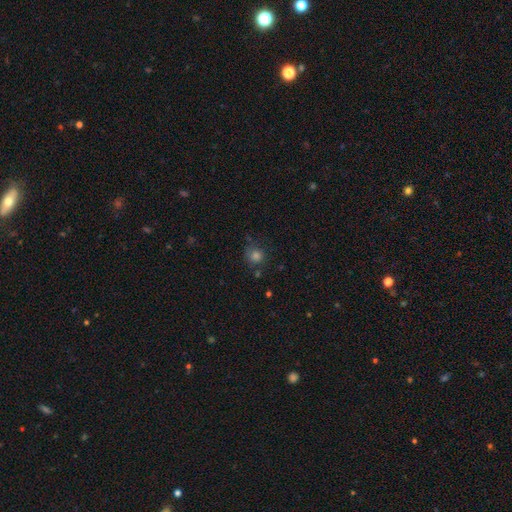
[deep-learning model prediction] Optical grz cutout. It shows a smooth galaxy with no disk features (76%) that is round (90%). Merging: none (73%).